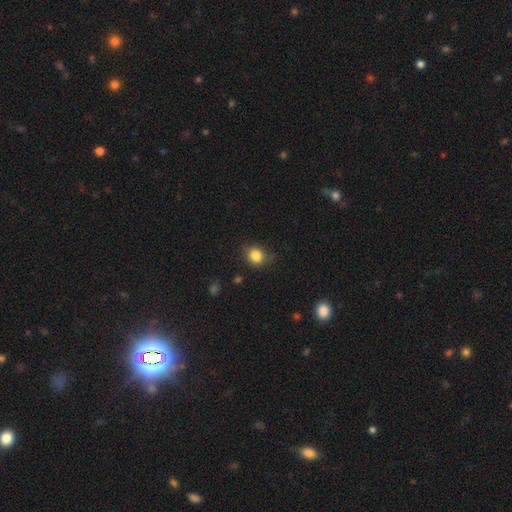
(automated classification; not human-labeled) Morphology: type=smooth (84%); roundness=round (71%); merging=none (79%).